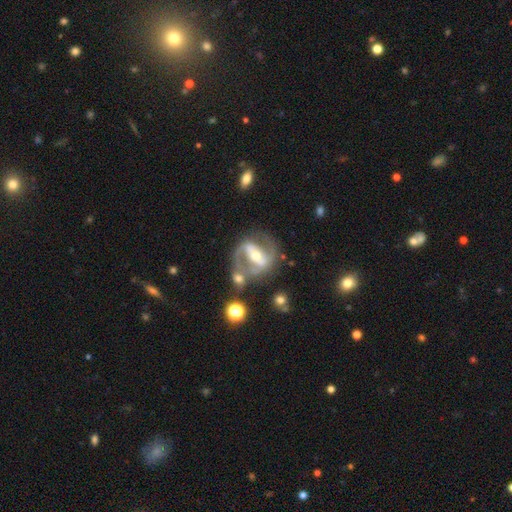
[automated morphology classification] A featured or disk galaxy (86%) with a strong bar (66%), 2 (84%) medium (50%) spiral arms (87%) and a moderate central bulge (56%). Merging: none (63%).